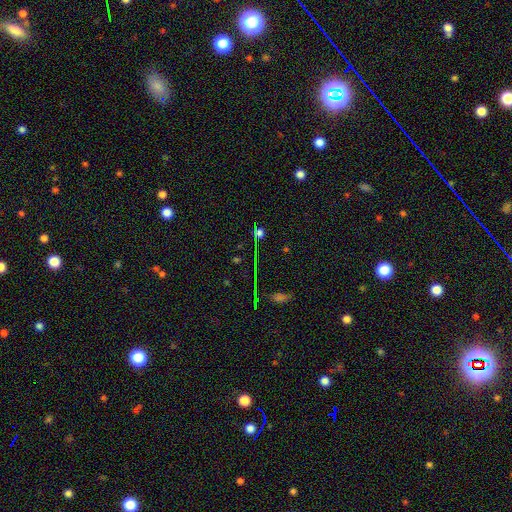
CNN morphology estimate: A star or artifact, not a galaxy (64%).

Vote fractions:
- Smooth or featured? star or artifact: 64% / smooth: 22% / featured or disk: 14%